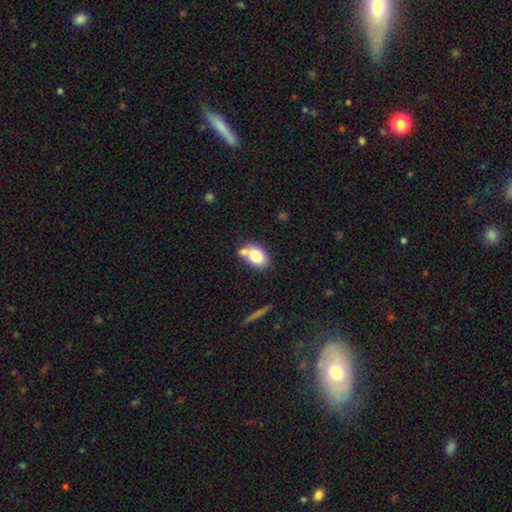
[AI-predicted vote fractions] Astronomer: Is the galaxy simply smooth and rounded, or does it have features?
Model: smooth — 76%.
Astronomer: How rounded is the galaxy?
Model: in between — 74%.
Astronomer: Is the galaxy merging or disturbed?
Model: none — 48% (runner-up: merger, 31%).